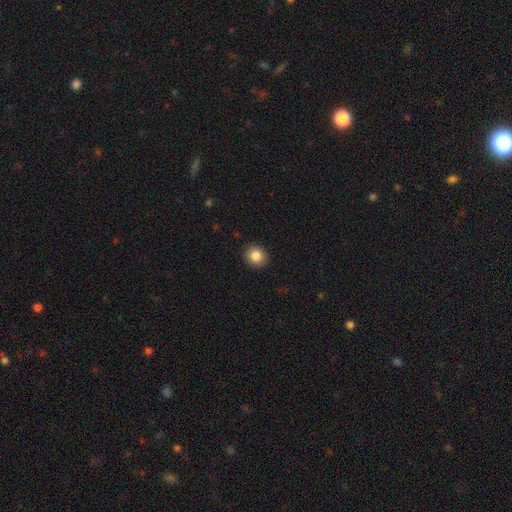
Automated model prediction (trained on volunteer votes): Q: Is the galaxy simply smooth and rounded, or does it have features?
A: smooth — 85%.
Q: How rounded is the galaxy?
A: round — 82%.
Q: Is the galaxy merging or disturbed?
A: none — 92%.